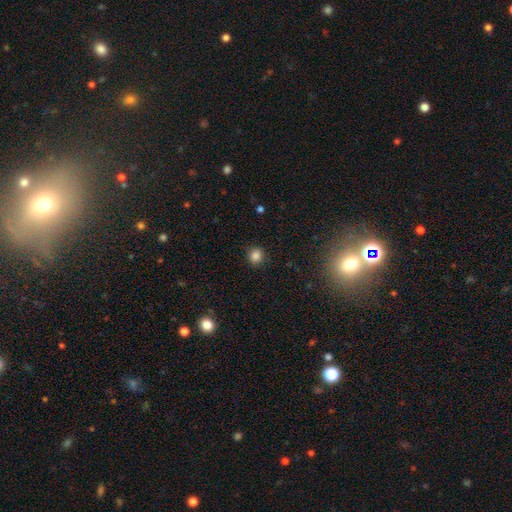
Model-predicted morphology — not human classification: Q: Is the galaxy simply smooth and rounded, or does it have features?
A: smooth — 84%.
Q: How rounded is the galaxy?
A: round — 78%.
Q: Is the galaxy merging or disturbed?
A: none — 87%.